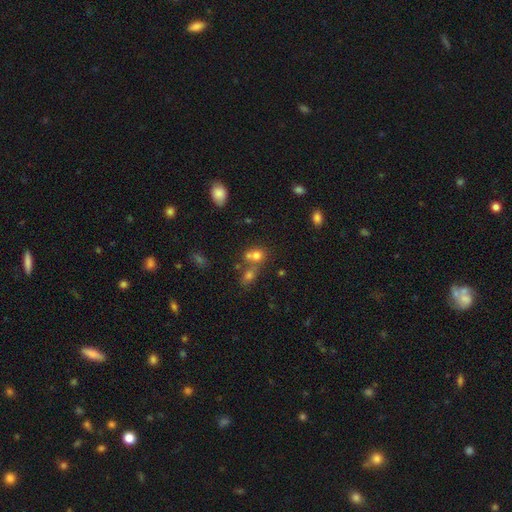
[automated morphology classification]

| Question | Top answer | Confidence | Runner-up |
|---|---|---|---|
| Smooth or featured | smooth | 71% | star or artifact (15%) |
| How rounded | round | 65% | in between (33%) |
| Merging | merger | 51% | none (36%) |